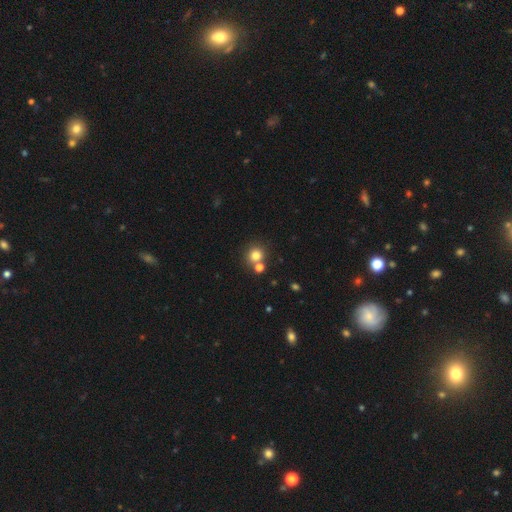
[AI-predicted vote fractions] smooth-or-featured: smooth: 79% | star or artifact: 13% | featured or disk: 8%
  how-rounded: round: 88% | in between: 11% | cigar-shaped: 1%
  merging: none: 65% | merger: 24% | minor disturbance: 8% | major disturbance: 3%